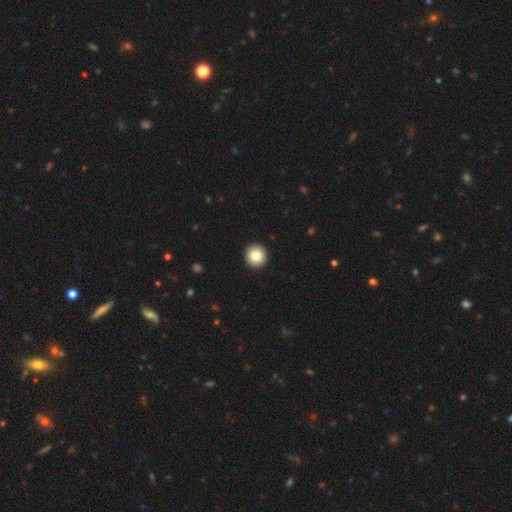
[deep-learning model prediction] Smooth or featured? smooth (84%)
How rounded? round (95%)
Merging? none (94%)